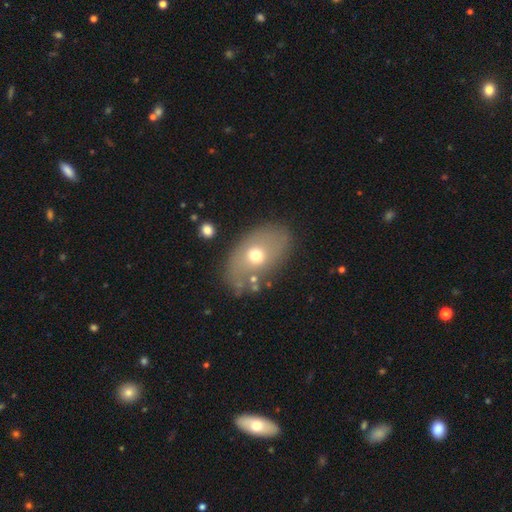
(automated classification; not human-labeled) smooth_or_featured: smooth (p=0.60) [alt: featured or disk p=0.29]
how_rounded: in between (p=0.83) [alt: round p=0.15]
merging: none (p=0.75) [alt: minor disturbance p=0.14]